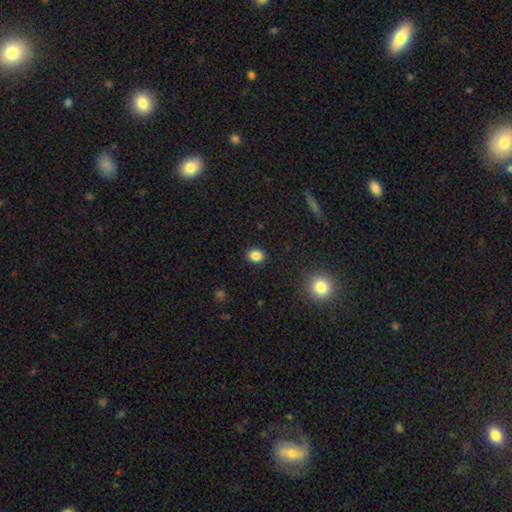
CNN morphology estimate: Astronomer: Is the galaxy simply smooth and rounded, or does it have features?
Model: smooth — 84%.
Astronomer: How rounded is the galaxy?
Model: round — 58% (runner-up: in between, 41%).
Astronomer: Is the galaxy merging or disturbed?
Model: none — 90%.